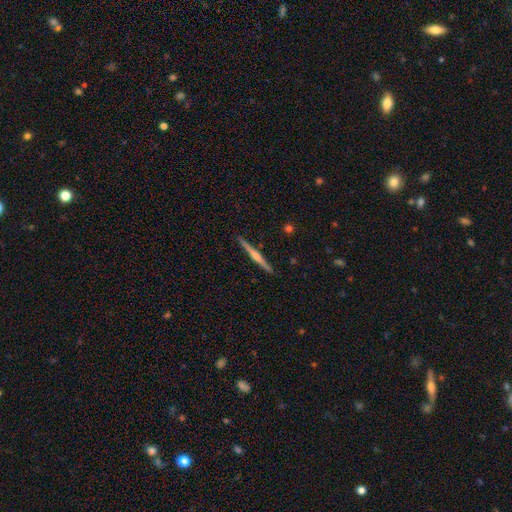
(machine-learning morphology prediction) Smooth or featured: featured or disk — 73% (smooth — 22%)
Edge-on disk: yes — 98% (no — 2%)
Edge-on bulge: rounded — 83% (none — 11%)
Merging: none — 92% (minor disturbance — 6%)